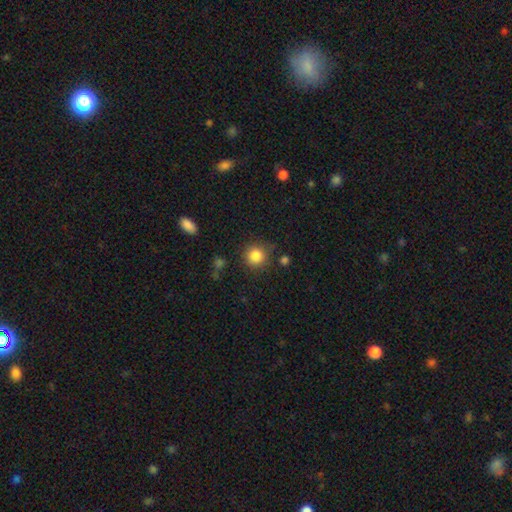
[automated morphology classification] This appears to be a smooth galaxy with no disk features (85%) that is round (92%). Merging: none (80%).